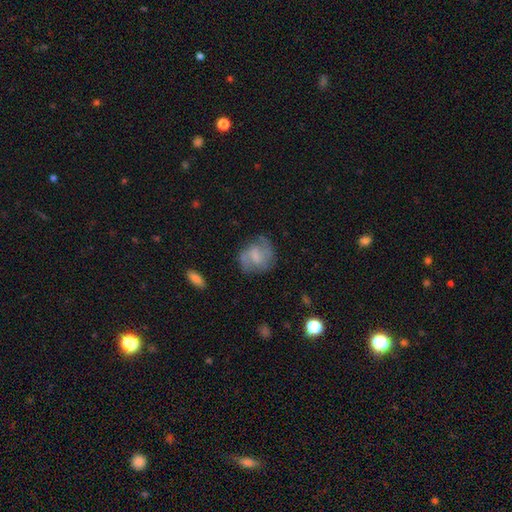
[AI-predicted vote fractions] Smooth or featured? featured or disk (50%)
Merging? none (60%)